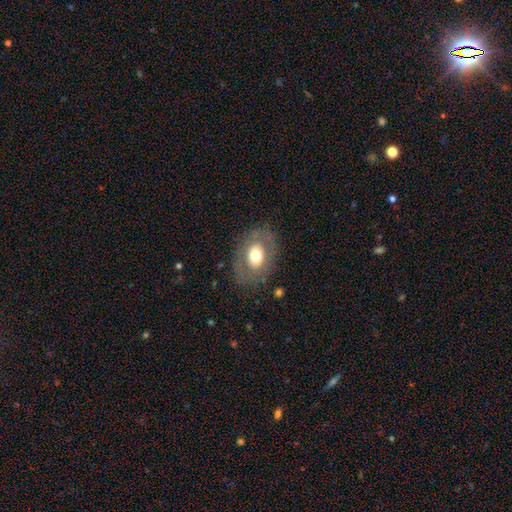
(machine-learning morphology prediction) Smooth or featured: smooth — 55% (featured or disk — 38%)
How rounded: in between — 69% (round — 30%)
Merging: none — 79% (minor disturbance — 13%)